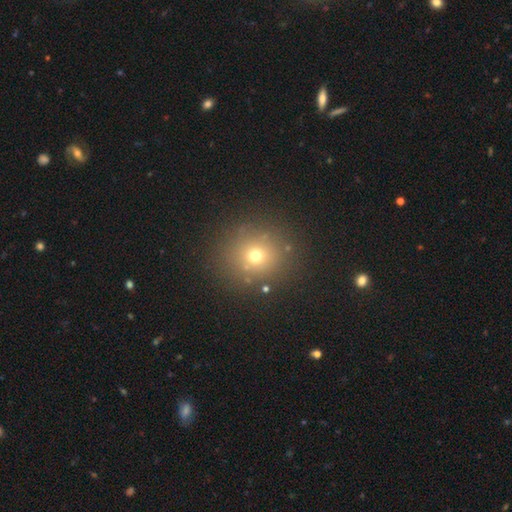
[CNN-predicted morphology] Smooth or featured? Predicted: smooth (p=0.68). How rounded? Predicted: round (p=0.88). Merging? Predicted: none (p=0.86).